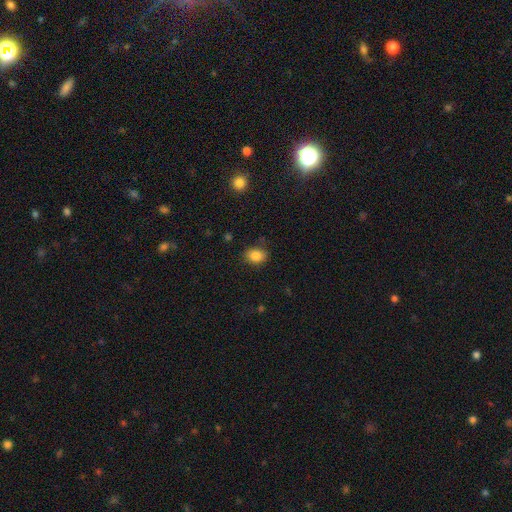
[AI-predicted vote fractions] Q: Smooth or featured?
A: smooth (84%); runner-up: star or artifact (10%)
Q: How rounded?
A: in between (56%); runner-up: round (43%)
Q: Merging?
A: none (81%); runner-up: minor disturbance (14%)